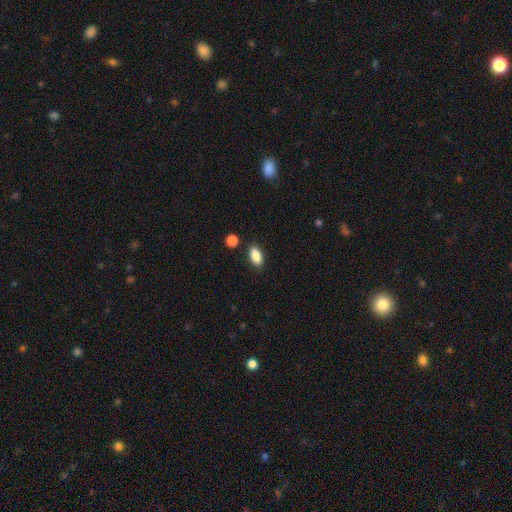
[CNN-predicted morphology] This appears to be a smooth galaxy with no disk features (88%) that is in between round and cigar-shaped (90%). Merging: none (85%).